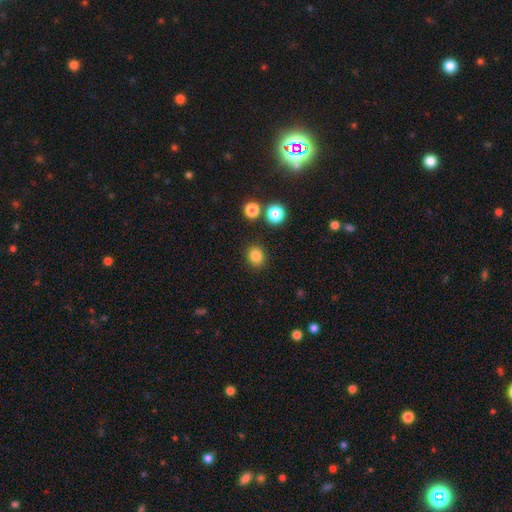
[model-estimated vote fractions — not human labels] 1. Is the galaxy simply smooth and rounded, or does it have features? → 83% smooth, 12% star or artifact, 5% featured or disk.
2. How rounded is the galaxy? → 78% round, 21% in between, 1% cigar-shaped.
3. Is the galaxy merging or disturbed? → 88% none, 7% minor disturbance, 3% merger, 3% major disturbance.